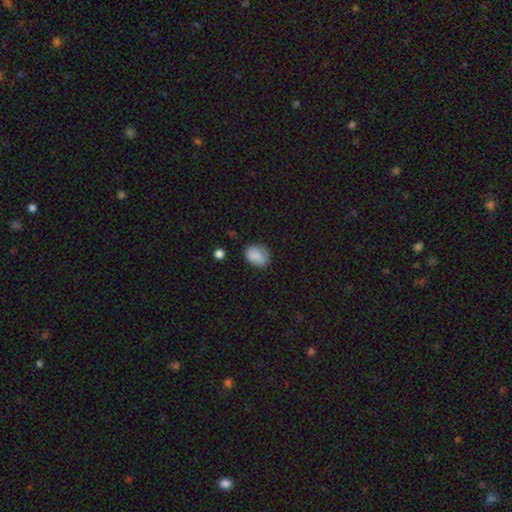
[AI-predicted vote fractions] A smooth galaxy with no disk features (86%) that is in between round and cigar-shaped (62%). Merging: none (71%).